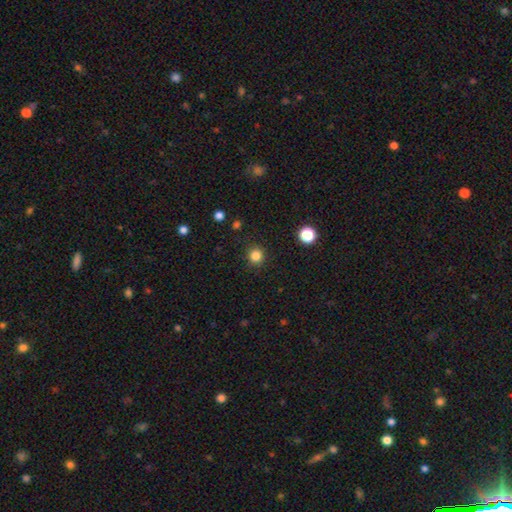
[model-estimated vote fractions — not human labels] smooth 83%, star or artifact 13%, featured or disk 4%. Down the decision tree: how rounded — round (93%); merging — none (90%).